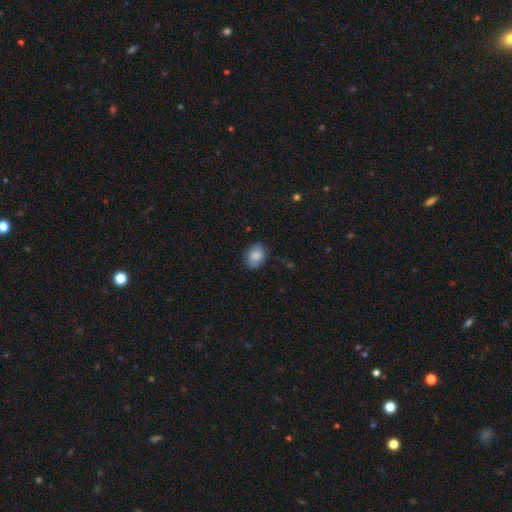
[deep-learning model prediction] Smooth or featured?
  - smooth: 83% *
  - featured or disk: 10%
  - star or artifact: 7%
How rounded?
  - in between: 62% *
  - round: 37%
  - cigar-shaped: 1%
Merging?
  - none: 78% *
  - minor disturbance: 17%
  - major disturbance: 3%
  - merger: 1%